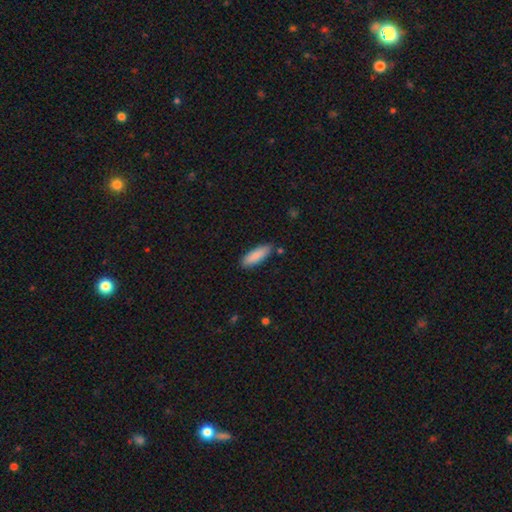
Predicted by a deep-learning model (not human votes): Smooth or featured: smooth — 86% (featured or disk — 9%)
How rounded: in between — 52% (cigar-shaped — 46%)
Merging: none — 83% (minor disturbance — 12%)